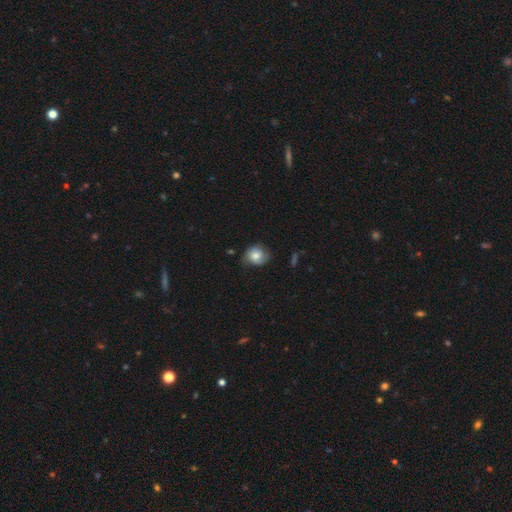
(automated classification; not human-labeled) Q: Smooth or featured?
A: smooth (70%); runner-up: featured or disk (22%)
Q: How rounded?
A: round (71%); runner-up: in between (28%)
Q: Merging?
A: none (61%); runner-up: minor disturbance (29%)